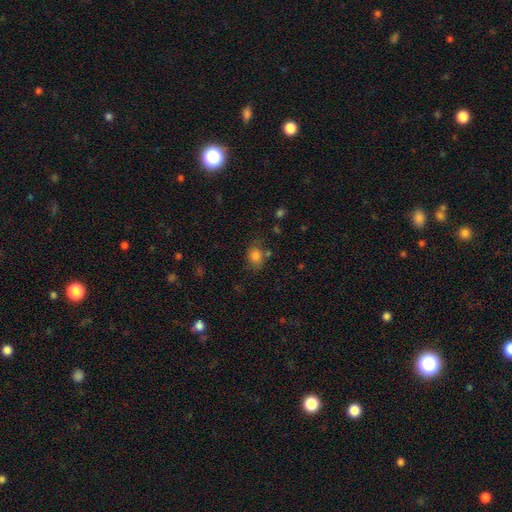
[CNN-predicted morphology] Smooth or featured: smooth — 81% (star or artifact — 11%)
How rounded: in between — 51% (round — 48%)
Merging: none — 66% (minor disturbance — 20%)